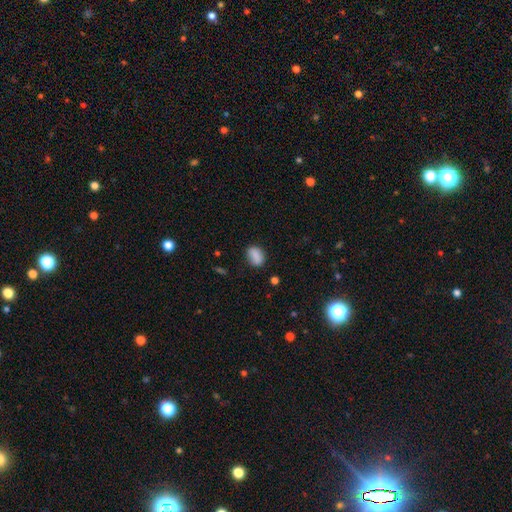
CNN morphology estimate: smooth-or-featured: smooth: 85% | star or artifact: 9% | featured or disk: 6%
  how-rounded: in between: 77% | round: 21% | cigar-shaped: 2%
  merging: none: 77% | minor disturbance: 17% | major disturbance: 4% | merger: 3%